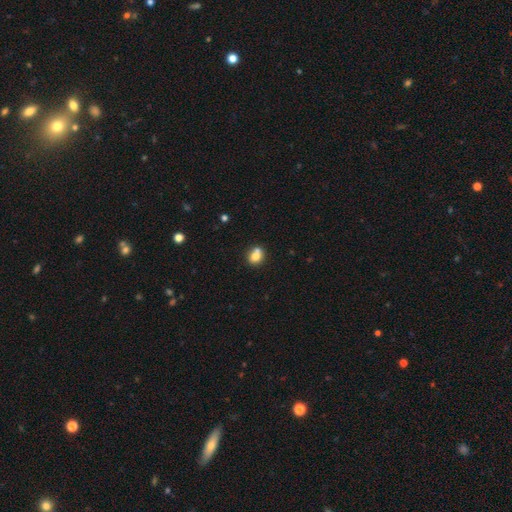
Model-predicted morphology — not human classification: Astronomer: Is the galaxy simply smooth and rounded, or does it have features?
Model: smooth — 77%.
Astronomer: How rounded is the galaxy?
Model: round — 68%.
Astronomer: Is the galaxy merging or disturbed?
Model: none — 49% (runner-up: merger, 37%).